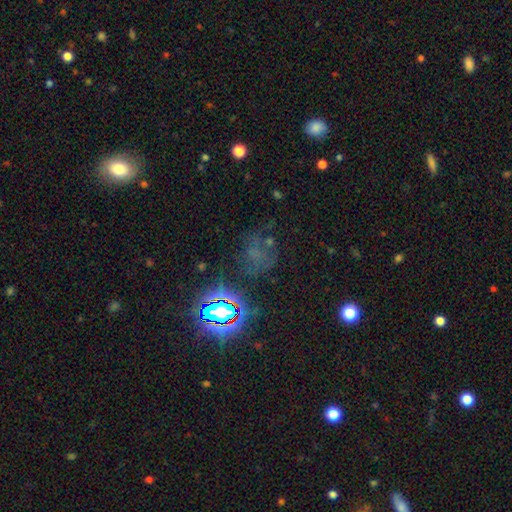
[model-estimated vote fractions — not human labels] Smooth or featured?
  - star or artifact: 60% *
  - smooth: 25%
  - featured or disk: 15%